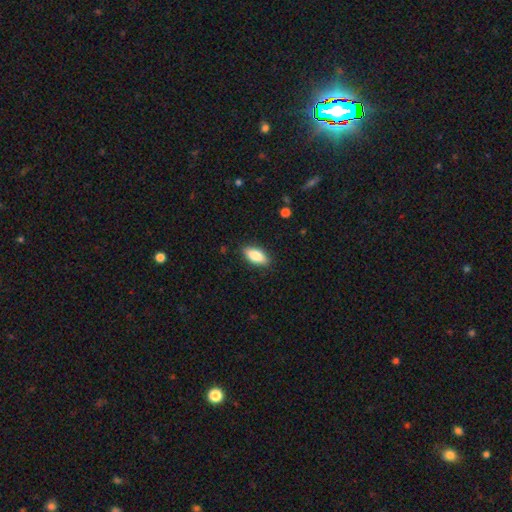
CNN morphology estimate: This is clearly a smooth galaxy (84%). How rounded: clearly in between (87%). Merging: clearly none (87%).